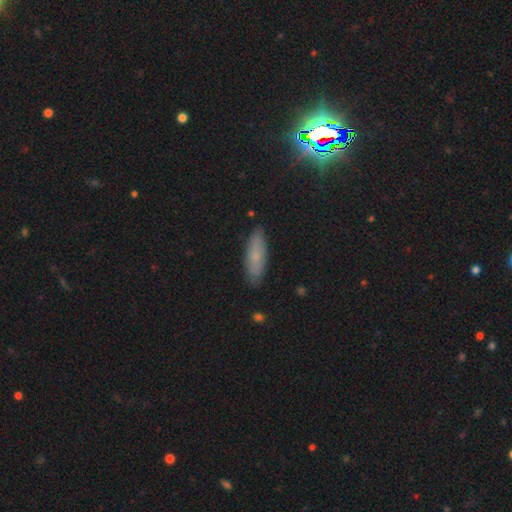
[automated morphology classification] Q: Smooth or featured?
A: smooth (73%); runner-up: featured or disk (16%)
Q: How rounded?
A: cigar-shaped (52%); runner-up: in between (46%)
Q: Merging?
A: none (87%); runner-up: minor disturbance (10%)